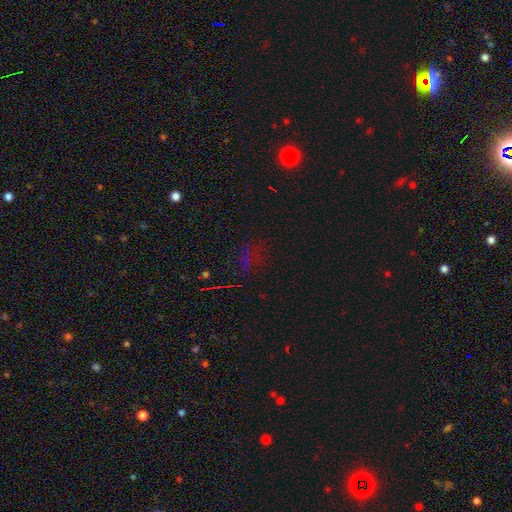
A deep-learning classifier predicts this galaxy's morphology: Smooth or featured? star or artifact (55%)